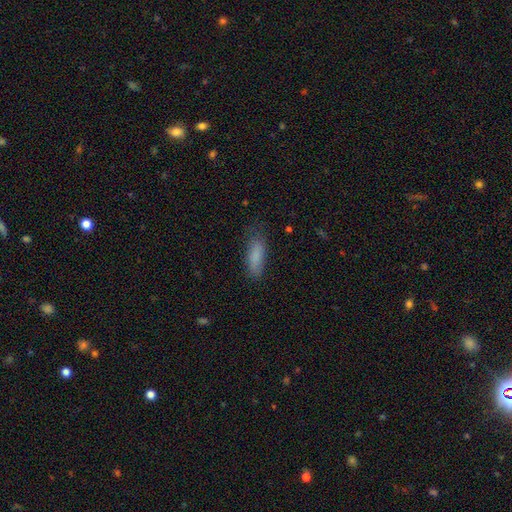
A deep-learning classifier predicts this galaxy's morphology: Smooth or featured?
  - smooth: 83% *
  - featured or disk: 9%
  - star or artifact: 8%
How rounded?
  - in between: 56% *
  - cigar-shaped: 43%
  - round: 2%
Merging?
  - none: 70% *
  - minor disturbance: 22%
  - major disturbance: 7%
  - merger: 1%